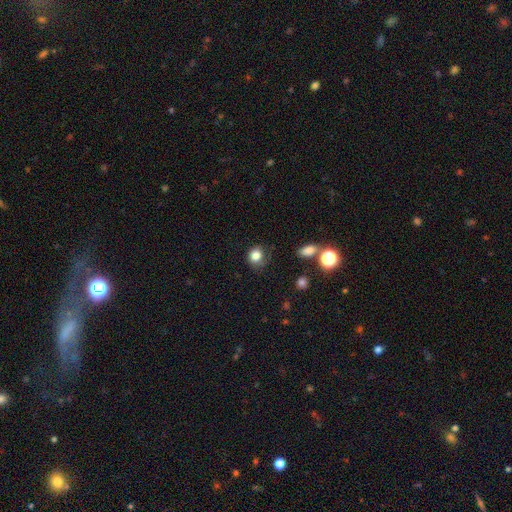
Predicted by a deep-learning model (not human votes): A smooth galaxy with no disk features (81%) that is round (74%). Merging: none (61%).